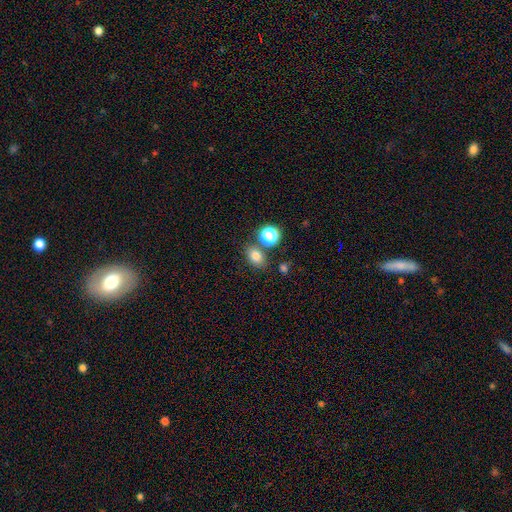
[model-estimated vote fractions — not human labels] smooth 77%, star or artifact 15%, featured or disk 8%. Down the decision tree: how rounded — in between (63%); merging — none (73%).